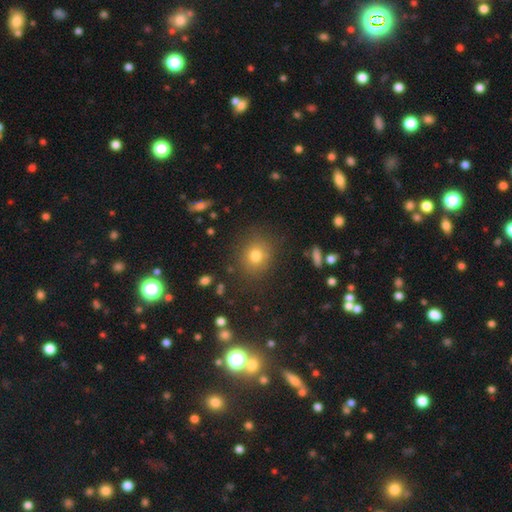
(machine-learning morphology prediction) Smooth or featured?
  - smooth: 75% *
  - star or artifact: 16%
  - featured or disk: 9%
How rounded?
  - round: 75% *
  - in between: 24%
  - cigar-shaped: 1%
Merging?
  - none: 84% *
  - minor disturbance: 10%
  - major disturbance: 4%
  - merger: 2%